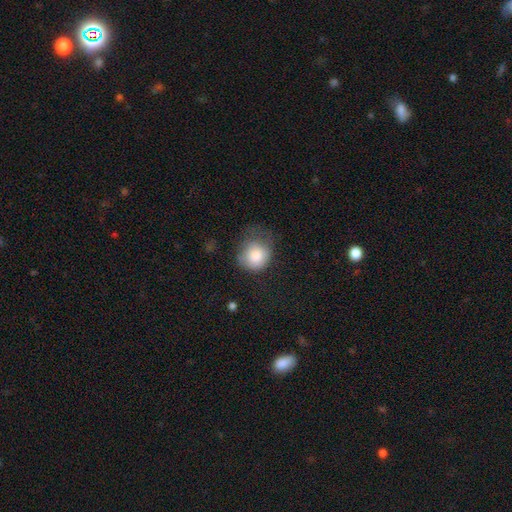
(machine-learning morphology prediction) Smooth or featured? Predicted: smooth (p=0.82). How rounded? Predicted: round (p=0.80). Merging? Predicted: none (p=0.41).